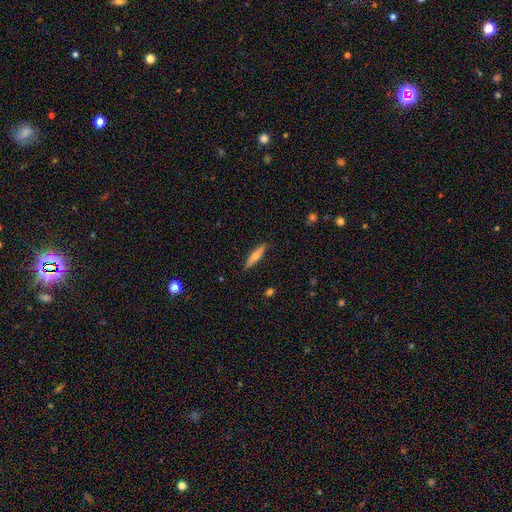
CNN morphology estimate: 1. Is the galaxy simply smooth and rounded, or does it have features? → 56% smooth, 38% featured or disk, 6% star or artifact.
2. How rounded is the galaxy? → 85% cigar-shaped, 13% in between, 2% round.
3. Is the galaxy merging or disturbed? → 90% none, 7% minor disturbance, 2% major disturbance, 1% merger.